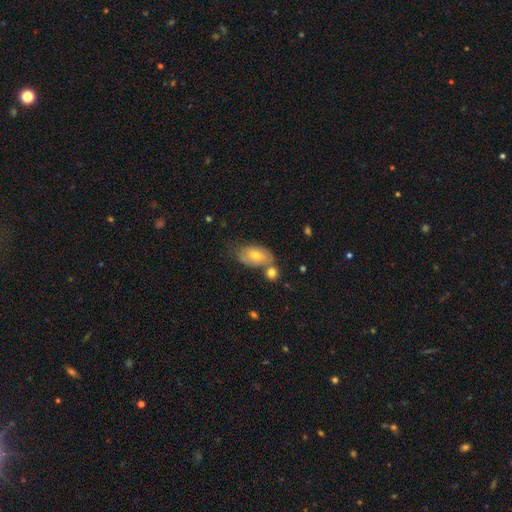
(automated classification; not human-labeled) Smooth or featured: smooth — 65% (featured or disk — 26%)
How rounded: in between — 88% (round — 9%)
Merging: none — 51% (merger — 23%)